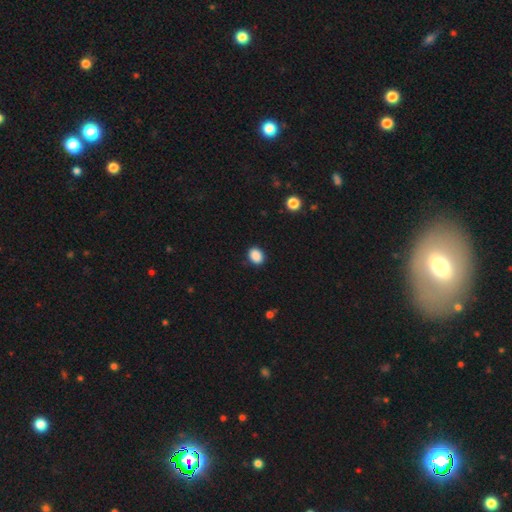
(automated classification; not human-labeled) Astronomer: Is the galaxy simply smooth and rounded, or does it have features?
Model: smooth — 89%.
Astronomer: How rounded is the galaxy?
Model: in between — 59% (runner-up: round, 40%).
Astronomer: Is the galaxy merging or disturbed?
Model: none — 89%.